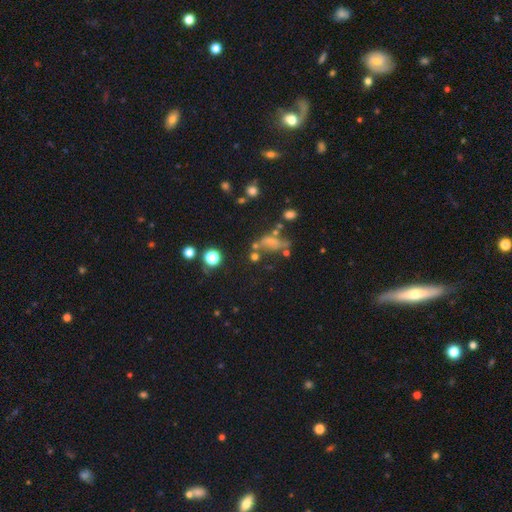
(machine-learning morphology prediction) This is marginally a star or artifact rather than a galaxy (42%).